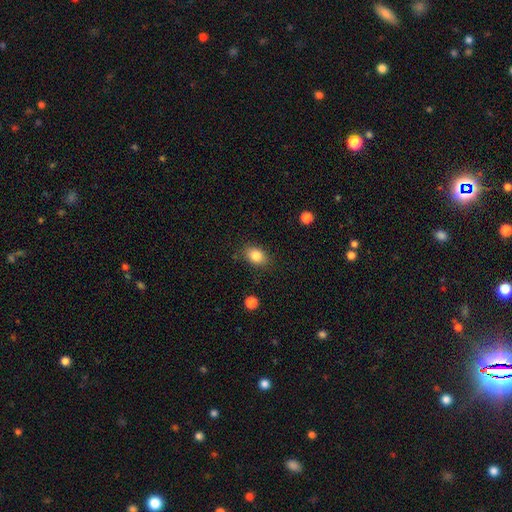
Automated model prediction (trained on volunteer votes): The model was most divided on "how rounded": in between: 72%, round: 27%, cigar-shaped: 1%. More confident: smooth or featured — smooth (85%); merging — none (83%).